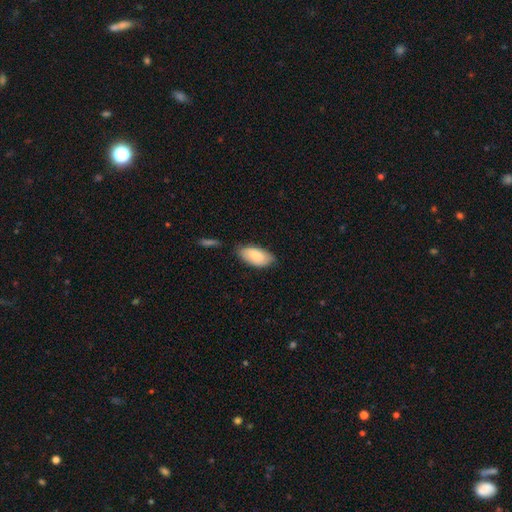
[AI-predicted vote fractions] Smooth or featured: smooth — 81% (featured or disk — 13%)
How rounded: in between — 94% (cigar-shaped — 4%)
Merging: none — 73% (minor disturbance — 20%)